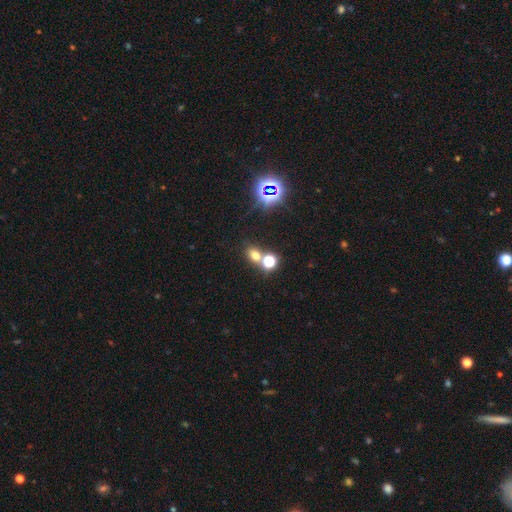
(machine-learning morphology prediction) Q: Smooth or featured?
A: smooth (60%); runner-up: star or artifact (31%)
Q: How rounded?
A: round (53%); runner-up: in between (45%)
Q: Merging?
A: none (57%); runner-up: merger (30%)